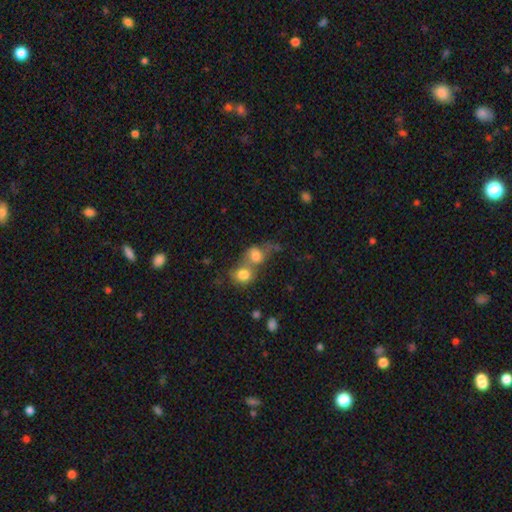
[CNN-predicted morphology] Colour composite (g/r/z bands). It shows a smooth galaxy with no disk features (75%) that is round (61%). Merging: merger (66%).